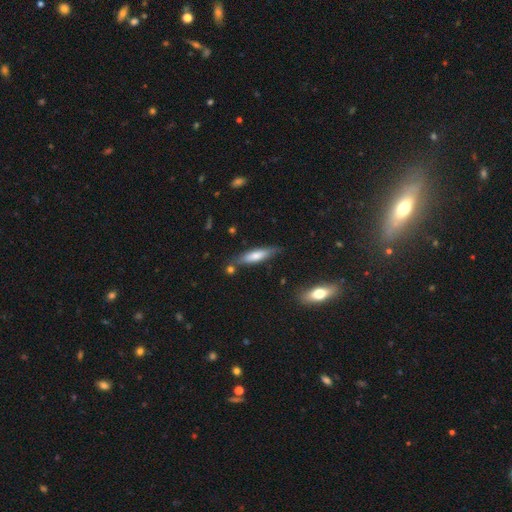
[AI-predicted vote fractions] This appears to be a smooth galaxy with no disk features (63%) that is cigar-shaped (71%). Merging: none (75%).